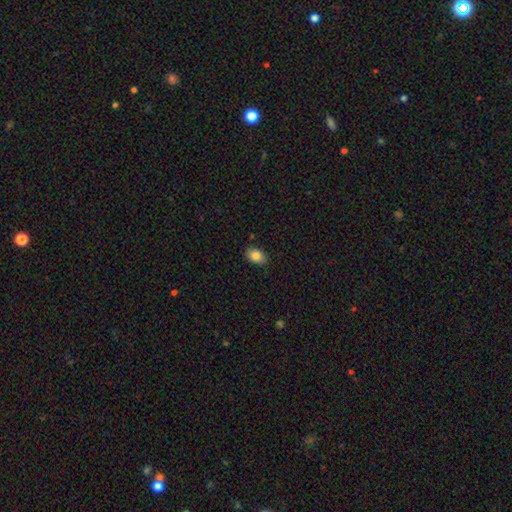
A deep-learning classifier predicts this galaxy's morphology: This appears to be a smooth galaxy with no disk features (84%) that is in between round and cigar-shaped (85%). Merging: none (86%).